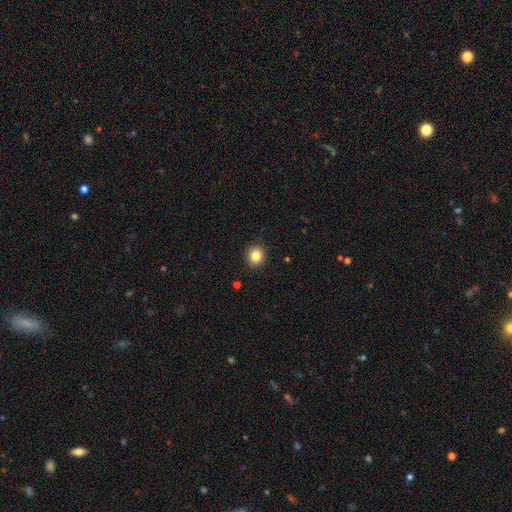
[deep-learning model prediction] Smooth or featured: smooth — 84% (star or artifact — 10%)
How rounded: round — 78% (in between — 21%)
Merging: none — 90% (minor disturbance — 7%)